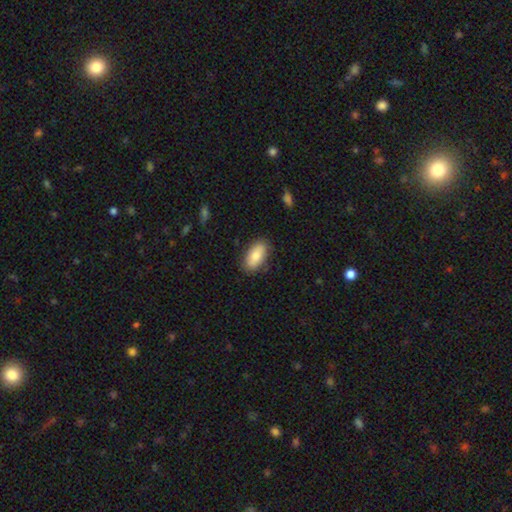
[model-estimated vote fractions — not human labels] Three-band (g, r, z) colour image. It shows a smooth galaxy with no disk features (82%) that is in between round and cigar-shaped (92%). Merging: none (84%).